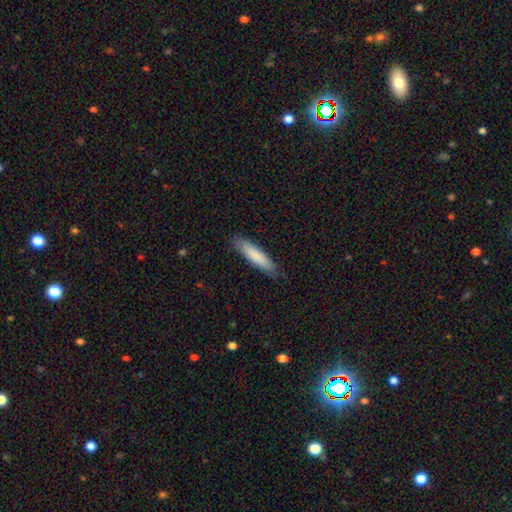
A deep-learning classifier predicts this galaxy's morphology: A smooth galaxy with no disk features (84%) that is cigar-shaped (80%). Merging: none (85%).